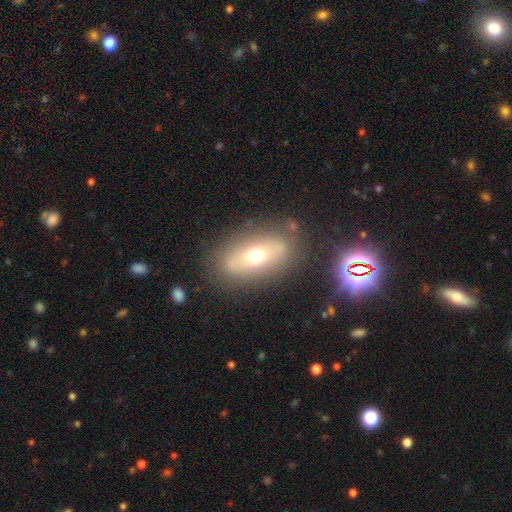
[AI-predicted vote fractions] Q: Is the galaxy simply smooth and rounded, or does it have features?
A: smooth — 50%.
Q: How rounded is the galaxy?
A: in between — 82%.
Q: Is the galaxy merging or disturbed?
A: none — 78%.